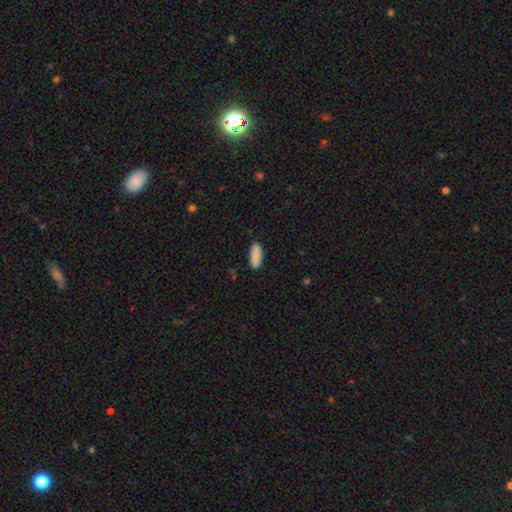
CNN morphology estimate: Overall: smooth (89%). How rounded: in between (66%; cigar-shaped 32%). Merging: none (86%).